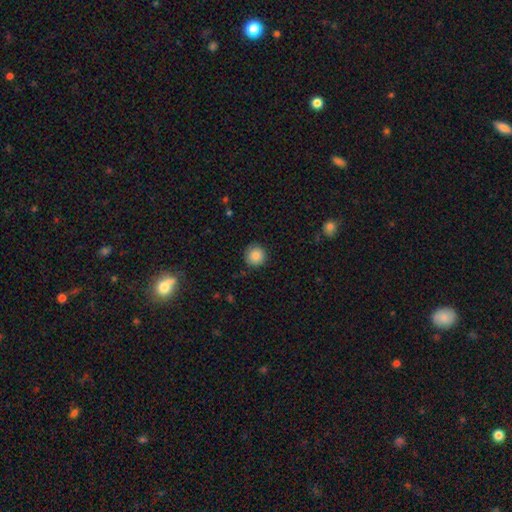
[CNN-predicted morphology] This appears to be a smooth galaxy with no disk features (87%) that is round (95%). Merging: none (89%).